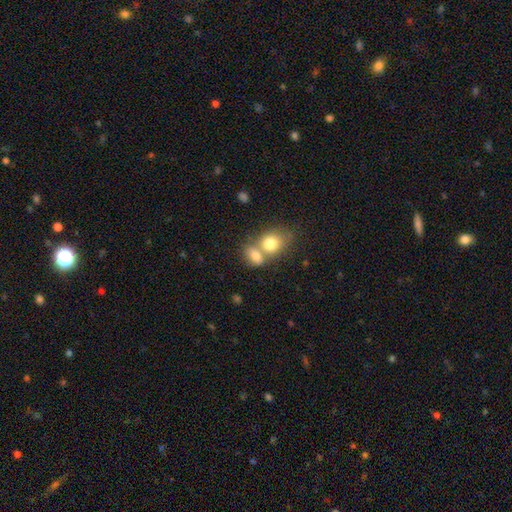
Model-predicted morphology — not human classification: Smooth or featured? Predicted: smooth (p=0.78). How rounded? Predicted: in between (p=0.66). Merging? Predicted: merger (p=0.63).